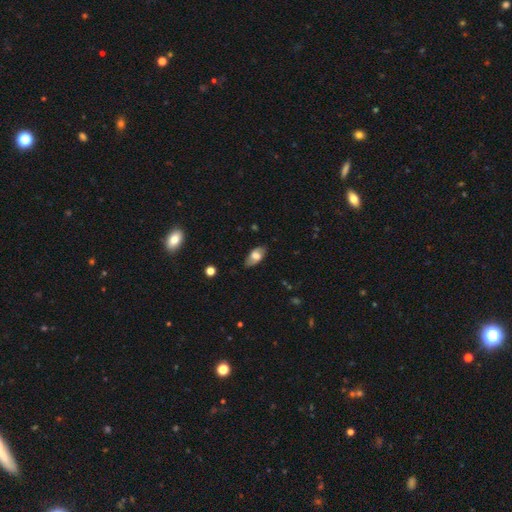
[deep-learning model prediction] This appears to be a smooth galaxy with no disk features (66%) that is in between round and cigar-shaped (91%). Merging: none (81%).